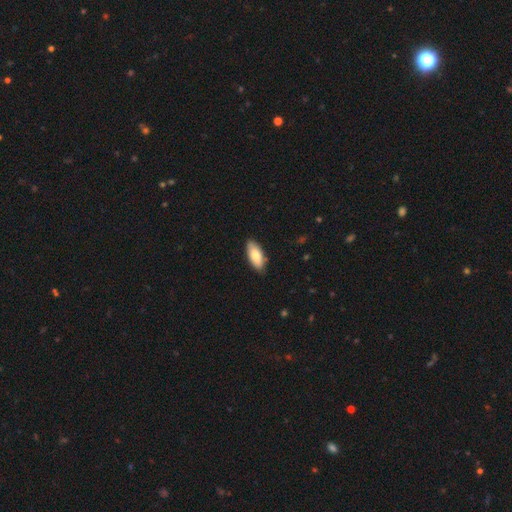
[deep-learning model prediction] smooth_or_featured: smooth (p=0.80) [alt: featured or disk p=0.15]
how_rounded: in between (p=0.86) [alt: cigar-shaped p=0.12]
merging: none (p=0.86) [alt: minor disturbance p=0.12]